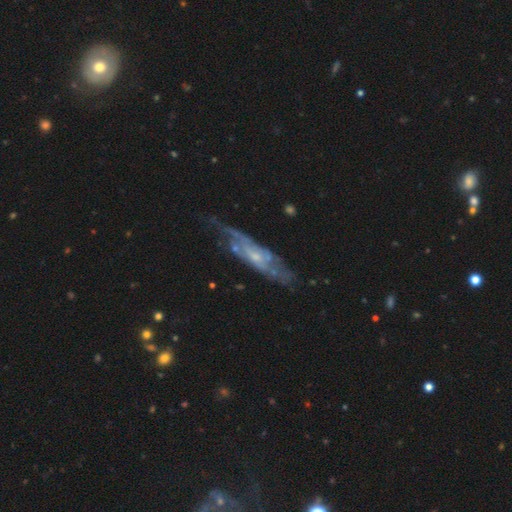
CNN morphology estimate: Q: Smooth or featured?
A: featured or disk (77%); runner-up: smooth (17%)
Q: Edge-on disk?
A: no (67%); runner-up: yes (33%)
Q: Bar?
A: no (60%); runner-up: weak (33%)
Q: Spiral arms?
A: yes (79%); runner-up: no (21%)
Q: Bulge size?
A: small (61%); runner-up: moderate (27%)
Q: Merging?
A: none (59%); runner-up: minor disturbance (24%)